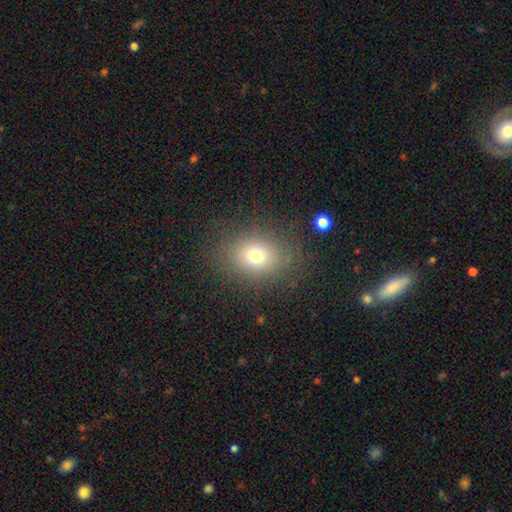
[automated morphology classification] Smooth or featured?
  - smooth: 73% *
  - star or artifact: 16%
  - featured or disk: 11%
How rounded?
  - round: 55% *
  - in between: 44%
  - cigar-shaped: 1%
Merging?
  - none: 83% *
  - minor disturbance: 10%
  - major disturbance: 5%
  - merger: 1%